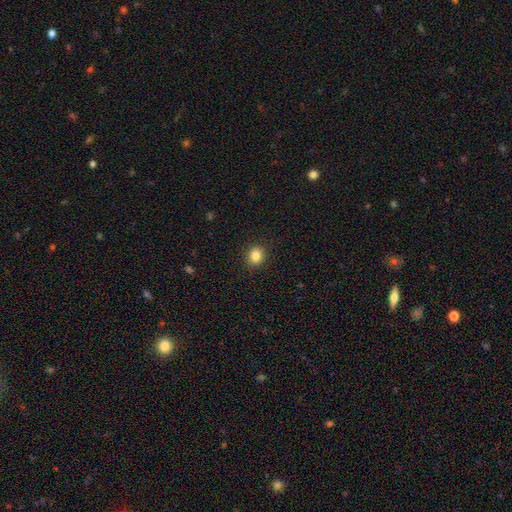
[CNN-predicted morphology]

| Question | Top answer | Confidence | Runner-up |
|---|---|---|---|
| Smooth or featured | smooth | 84% | star or artifact (11%) |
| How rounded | round | 70% | in between (29%) |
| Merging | none | 91% | minor disturbance (6%) |